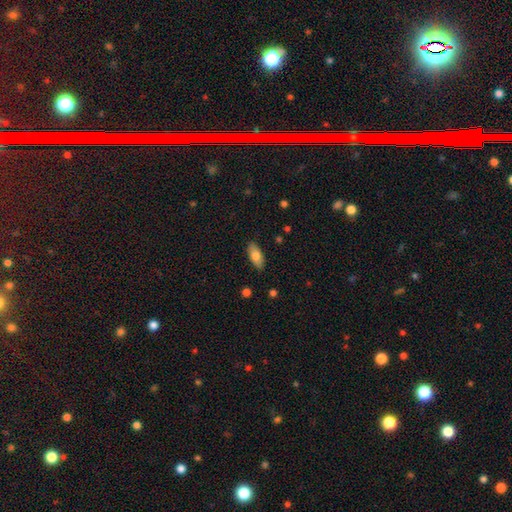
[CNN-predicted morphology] smooth-or-featured: smooth: 79% | featured or disk: 15% | star or artifact: 7%
  how-rounded: in between: 85% | cigar-shaped: 12% | round: 2%
  merging: none: 87% | minor disturbance: 10% | major disturbance: 2% | merger: 1%